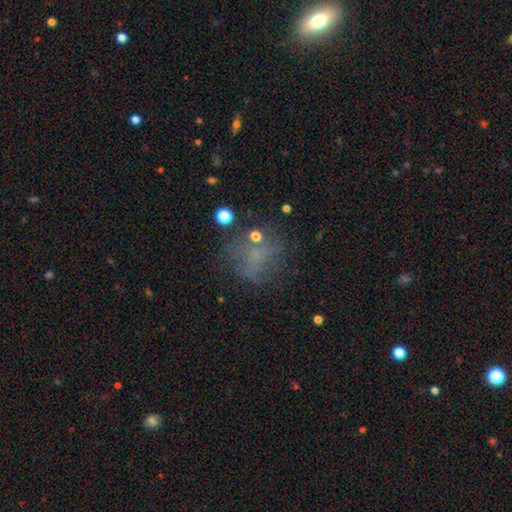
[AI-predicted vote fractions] Smooth or featured?
  - smooth: 41% *
  - featured or disk: 31%
  - star or artifact: 28%
Merging?
  - none: 52% *
  - major disturbance: 24%
  - minor disturbance: 18%
  - merger: 5%